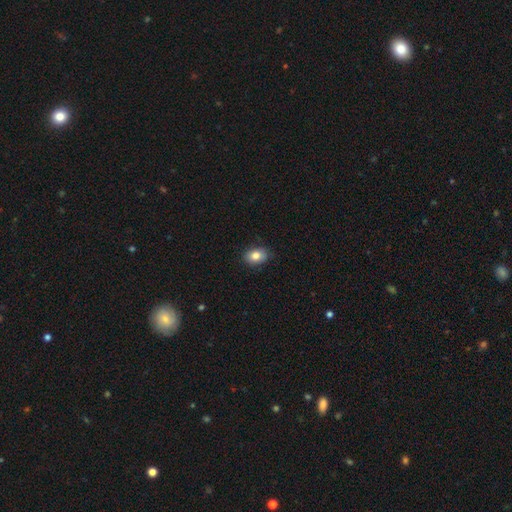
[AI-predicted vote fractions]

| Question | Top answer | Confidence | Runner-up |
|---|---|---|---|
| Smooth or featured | smooth | 83% | star or artifact (9%) |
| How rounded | in between | 78% | round (21%) |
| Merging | none | 85% | minor disturbance (12%) |